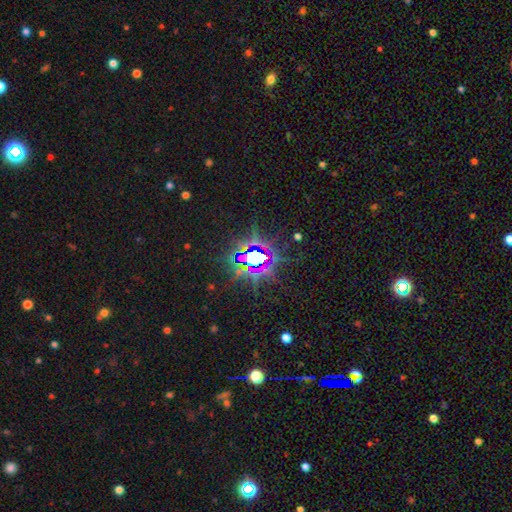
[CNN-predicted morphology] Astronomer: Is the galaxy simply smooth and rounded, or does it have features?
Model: star or artifact — 76%.